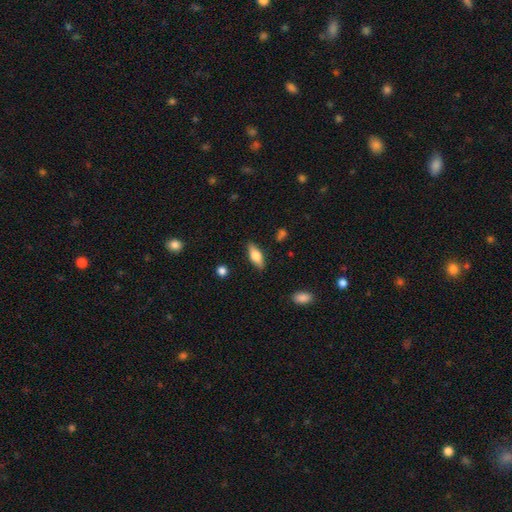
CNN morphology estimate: Smooth or featured? Predicted: smooth (p=0.63). How rounded? Predicted: in between (p=0.71). Merging? Predicted: none (p=0.86).